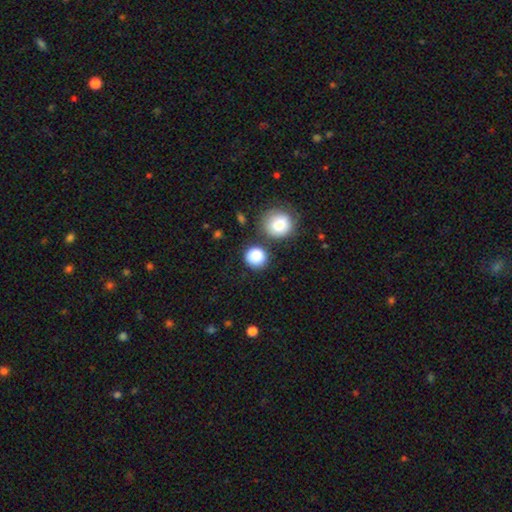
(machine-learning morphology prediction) Smooth or featured? smooth (87%)
How rounded? round (90%)
Merging? none (75%)